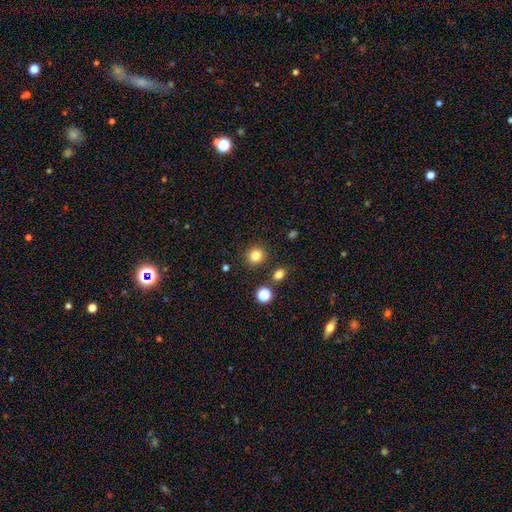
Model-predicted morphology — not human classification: A smooth galaxy with no disk features (83%) that is round (90%).

Vote fractions:
- Smooth or featured? smooth: 83% / star or artifact: 12% / featured or disk: 5%
- How rounded? round: 90% / in between: 9% / cigar-shaped: 1%
- Merging? none: 87% / minor disturbance: 7% / merger: 3% / major disturbance: 3%